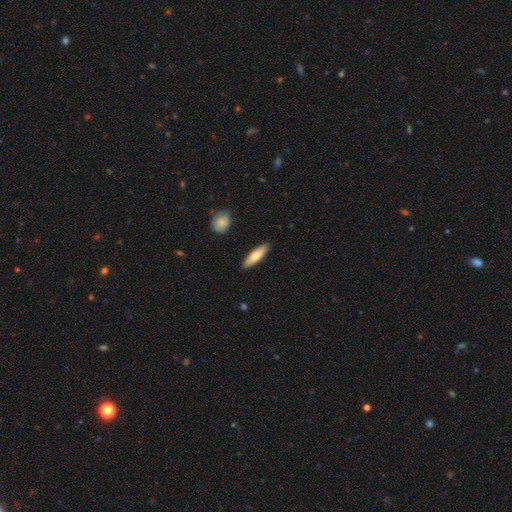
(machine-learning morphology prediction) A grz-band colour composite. It shows a smooth galaxy with no disk features (70%) that is cigar-shaped (66%). Merging: none (90%).